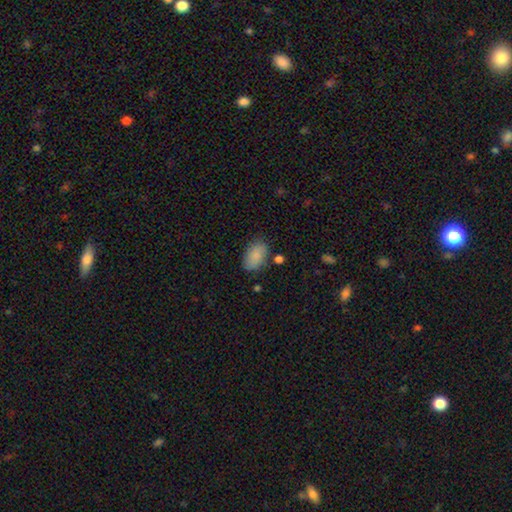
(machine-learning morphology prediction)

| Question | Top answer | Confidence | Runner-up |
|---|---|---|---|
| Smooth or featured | smooth | 86% | star or artifact (7%) |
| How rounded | in between | 92% | round (6%) |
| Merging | none | 77% | minor disturbance (15%) |